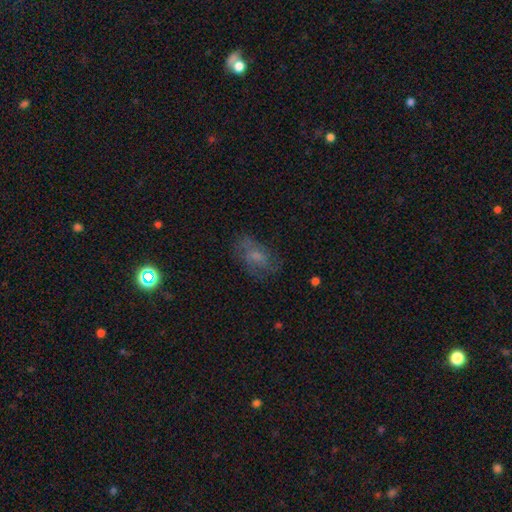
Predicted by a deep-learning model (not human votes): Q: Smooth or featured?
A: smooth (45%); runner-up: featured or disk (42%)
Q: Merging?
A: none (63%); runner-up: minor disturbance (21%)